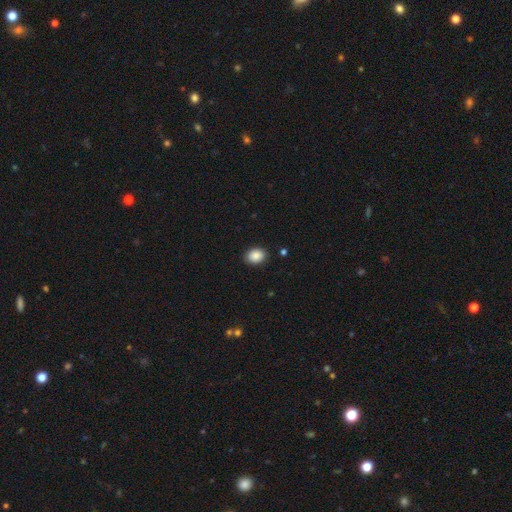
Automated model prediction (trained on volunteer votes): Q: Smooth or featured?
A: smooth (88%); runner-up: star or artifact (8%)
Q: How rounded?
A: in between (59%); runner-up: round (40%)
Q: Merging?
A: none (88%); runner-up: minor disturbance (9%)